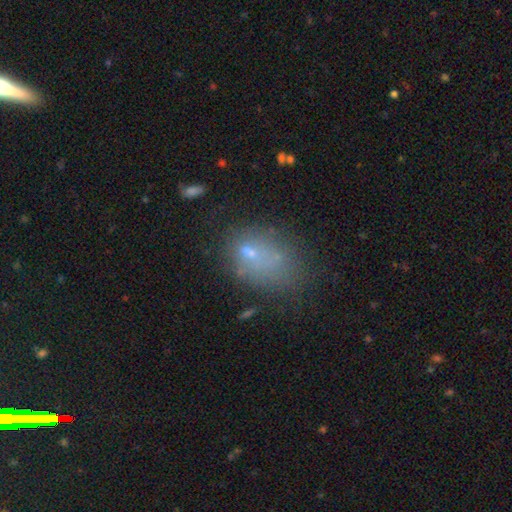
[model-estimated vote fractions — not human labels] This appears to be a smooth galaxy with no disk features (58%) that is in between round and cigar-shaped (75%). Merging: none (42%).